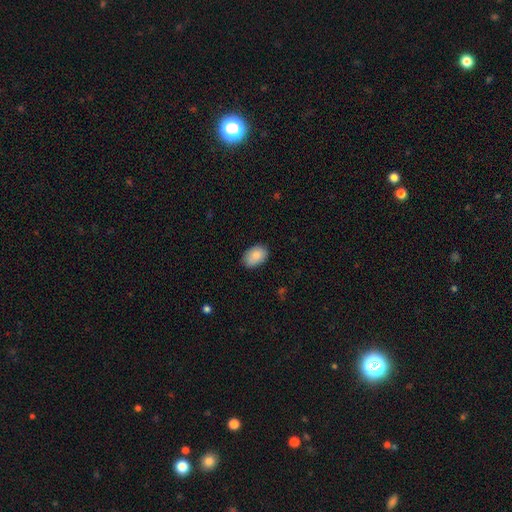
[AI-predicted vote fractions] smooth-or-featured: smooth: 87% | featured or disk: 7% | star or artifact: 7%
  how-rounded: in between: 88% | round: 11% | cigar-shaped: 1%
  merging: none: 84% | minor disturbance: 13% | major disturbance: 2% | merger: 1%